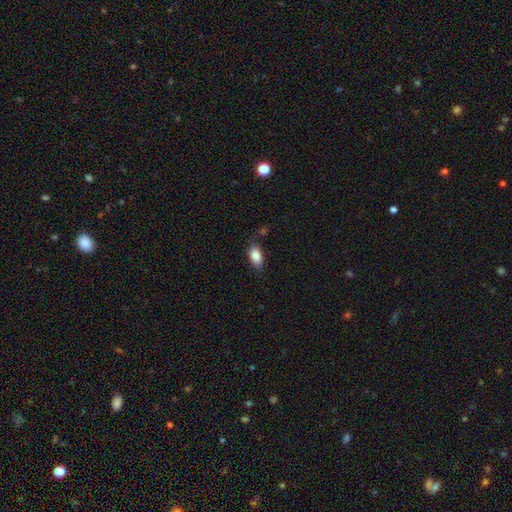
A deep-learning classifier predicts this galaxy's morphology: smooth 85%, star or artifact 7%, featured or disk 7%. Down the decision tree: how rounded — in between (89%); merging — none (76%).